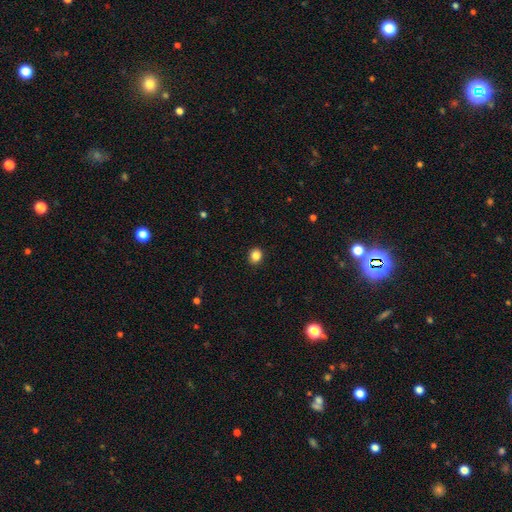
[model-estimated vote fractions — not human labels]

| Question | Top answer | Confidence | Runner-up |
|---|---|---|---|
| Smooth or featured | smooth | 86% | star or artifact (11%) |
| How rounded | round | 76% | in between (23%) |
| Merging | none | 91% | minor disturbance (6%) |